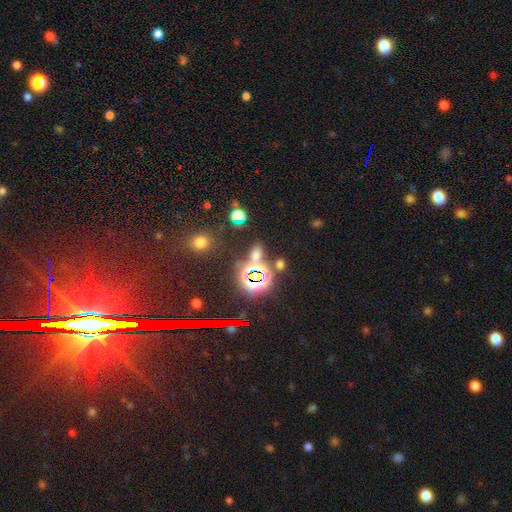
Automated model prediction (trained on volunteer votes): Smooth or featured? Predicted: star or artifact (p=0.51).